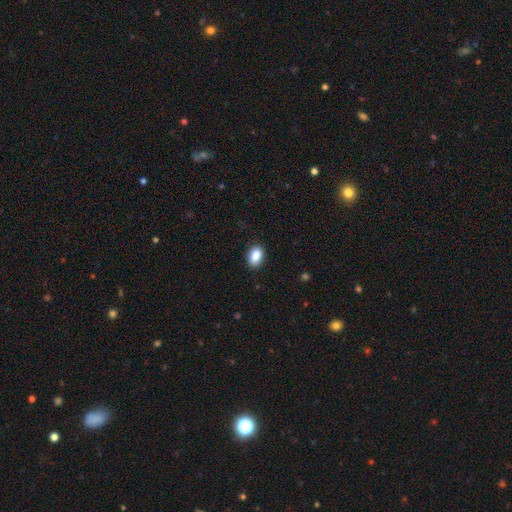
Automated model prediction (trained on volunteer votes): Smooth or featured? smooth (89%)
How rounded? in between (87%)
Merging? none (87%)